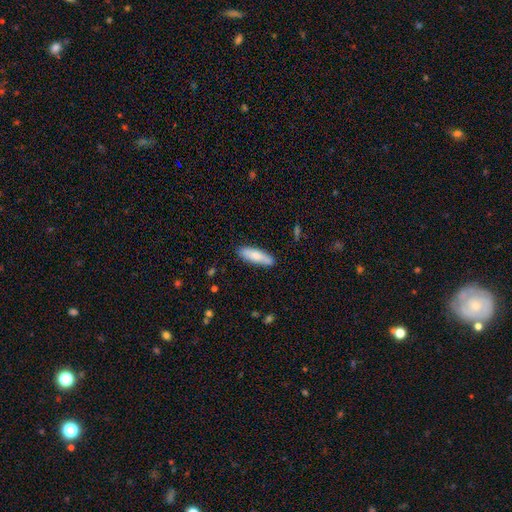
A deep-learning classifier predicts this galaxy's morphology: Smooth or featured? Predicted: smooth (p=0.75). How rounded? Predicted: cigar-shaped (p=0.55). Merging? Predicted: none (p=0.82).